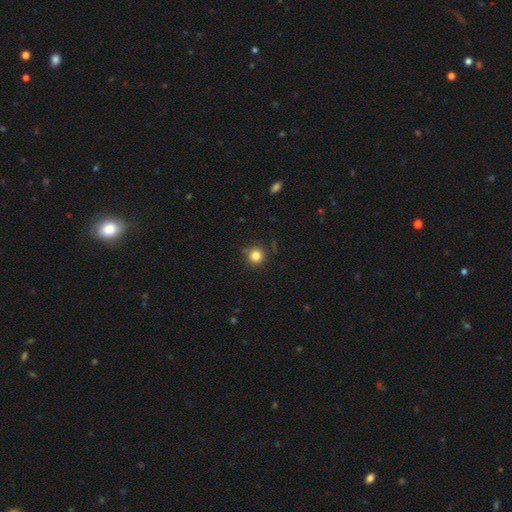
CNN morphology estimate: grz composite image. It shows a smooth galaxy with no disk features (82%) that is round (94%). Merging: none (85%).